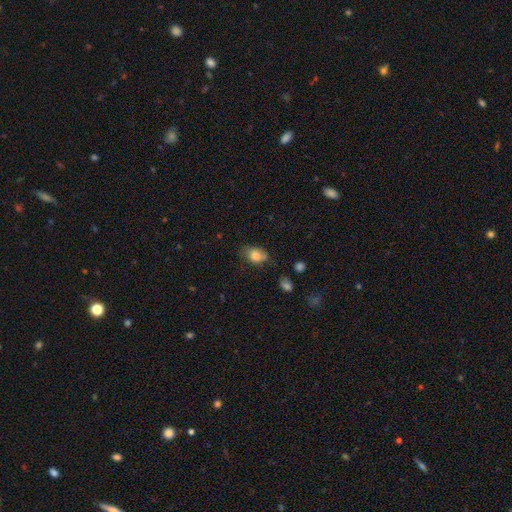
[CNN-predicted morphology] smooth-or-featured: smooth: 79% | featured or disk: 12% | star or artifact: 8%
  how-rounded: in between: 80% | round: 19% | cigar-shaped: 1%
  merging: none: 59% | minor disturbance: 30% | major disturbance: 9% | merger: 3%